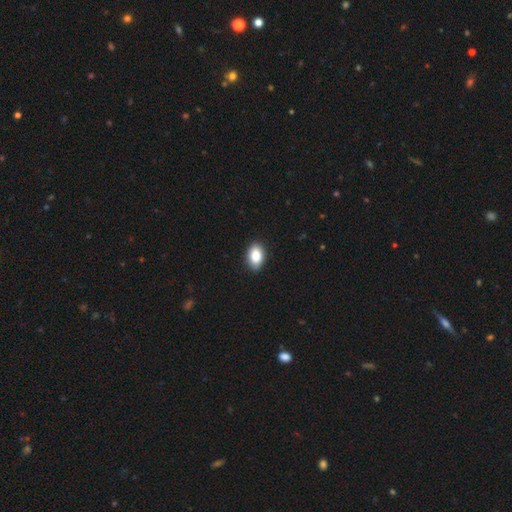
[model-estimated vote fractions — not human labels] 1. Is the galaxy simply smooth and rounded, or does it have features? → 85% smooth, 8% star or artifact, 7% featured or disk.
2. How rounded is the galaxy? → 88% in between, 10% round, 2% cigar-shaped.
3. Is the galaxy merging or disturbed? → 89% none, 9% minor disturbance, 2% major disturbance, 1% merger.